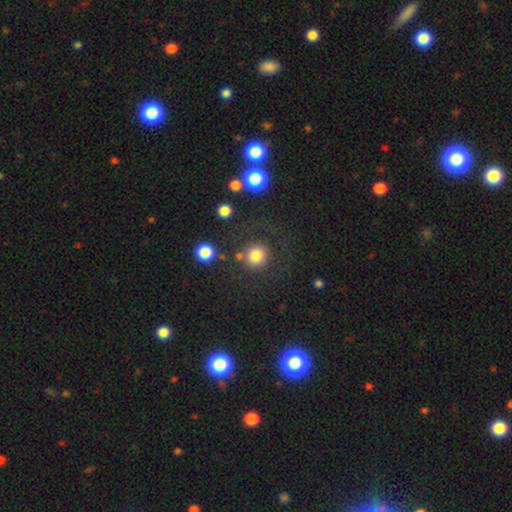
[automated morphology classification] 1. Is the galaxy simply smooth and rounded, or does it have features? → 81% smooth, 11% star or artifact, 7% featured or disk.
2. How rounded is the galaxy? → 91% round, 8% in between, 1% cigar-shaped.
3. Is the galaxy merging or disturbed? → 73% none, 11% minor disturbance, 9% major disturbance, 7% merger.